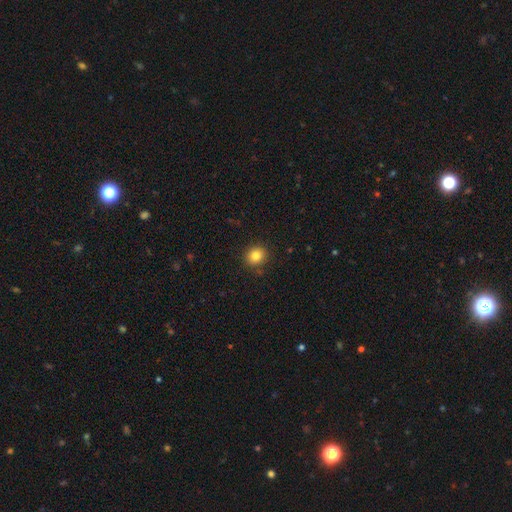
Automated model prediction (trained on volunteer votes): smooth 83%, star or artifact 11%, featured or disk 6%. Down the decision tree: how rounded — round (85%); merging — none (89%).